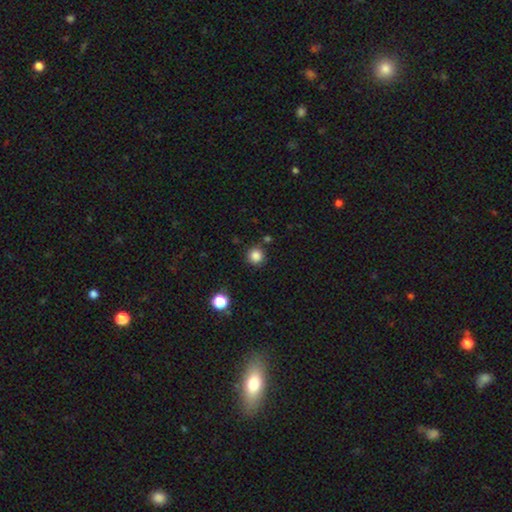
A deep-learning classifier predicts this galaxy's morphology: This is clearly a smooth galaxy (85%). How rounded: clearly round (94%). Merging: clearly none (86%).